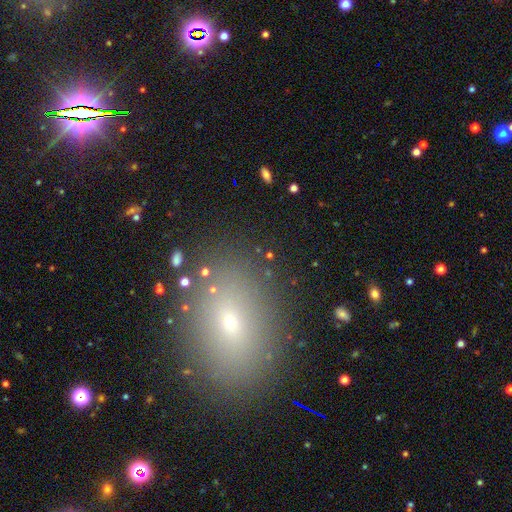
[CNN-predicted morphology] type=smooth (56%); roundness=in between (76%); merging=none (86%).